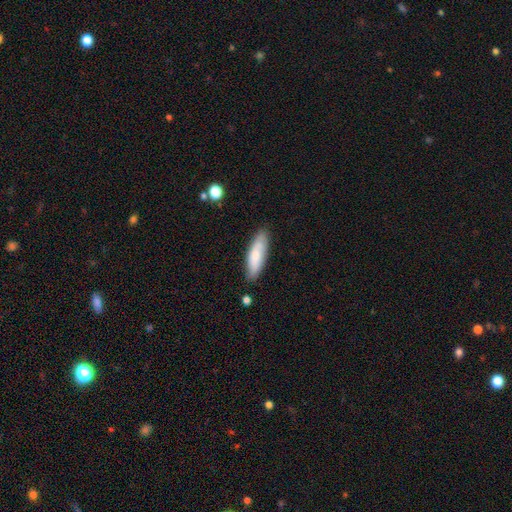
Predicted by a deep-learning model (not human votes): Smooth or featured?
  - smooth: 75% *
  - featured or disk: 19%
  - star or artifact: 6%
How rounded?
  - cigar-shaped: 53% *
  - in between: 45%
  - round: 2%
Merging?
  - none: 82% *
  - minor disturbance: 14%
  - major disturbance: 2%
  - merger: 2%